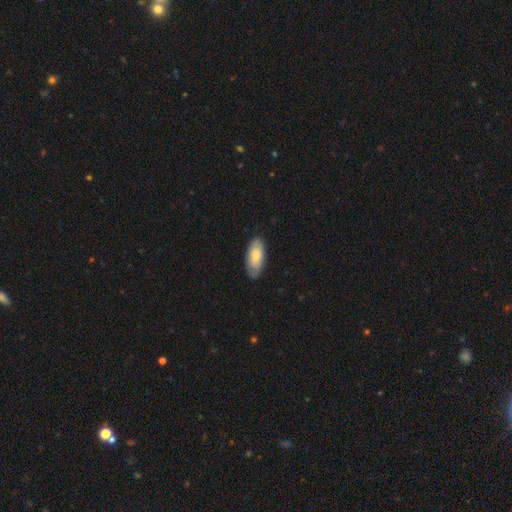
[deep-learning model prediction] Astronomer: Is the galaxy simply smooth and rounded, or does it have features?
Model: smooth — 75%.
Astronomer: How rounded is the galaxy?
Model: in between — 87%.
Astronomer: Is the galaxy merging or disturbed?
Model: none — 82%.